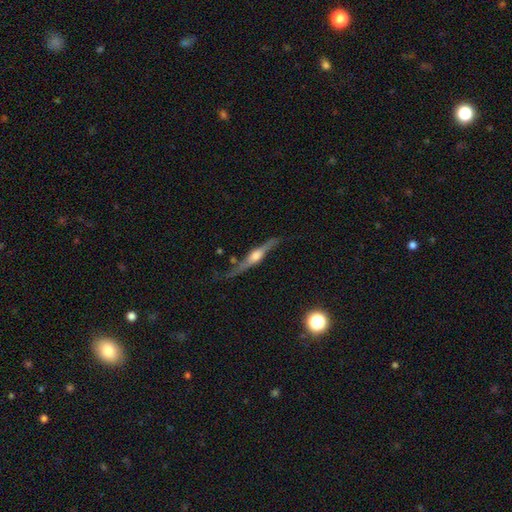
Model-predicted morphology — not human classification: featured or disk 77%, smooth 18%, star or artifact 6%. Down the decision tree: edge-on disk — yes (93%); edge-on bulge — rounded (88%); merging — none (67%).